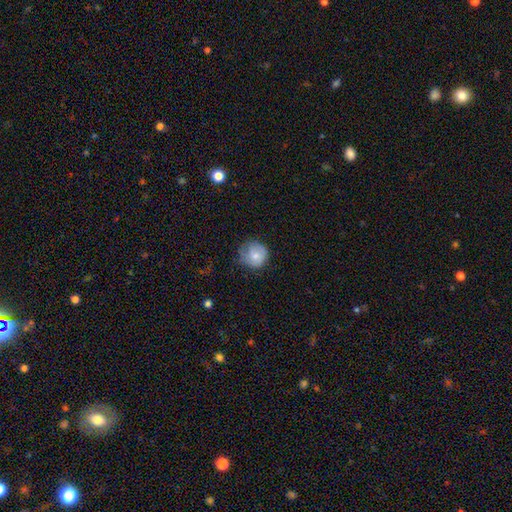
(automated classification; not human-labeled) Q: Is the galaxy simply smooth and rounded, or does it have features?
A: smooth — 72%.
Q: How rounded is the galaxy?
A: round — 89%.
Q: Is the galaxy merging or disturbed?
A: none — 58%.